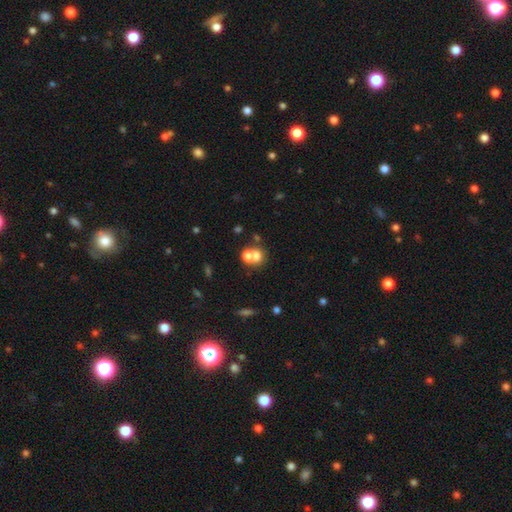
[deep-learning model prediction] This appears to be a smooth galaxy with no disk features (67%) that is round (72%). Merging: merger (57%).